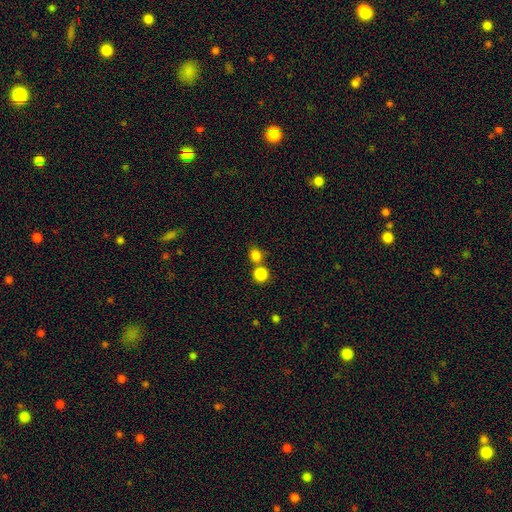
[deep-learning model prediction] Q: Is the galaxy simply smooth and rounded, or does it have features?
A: smooth — 83%.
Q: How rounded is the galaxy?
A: round — 79%.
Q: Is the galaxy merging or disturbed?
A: none — 57%.